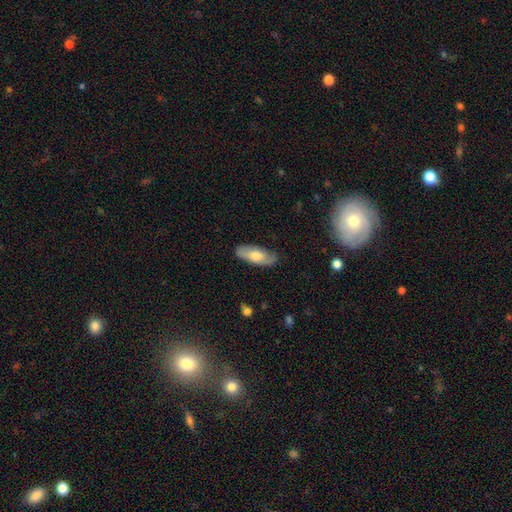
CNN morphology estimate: A smooth galaxy with no disk features (59%) that is in between round and cigar-shaped (78%). Merging: none (81%).